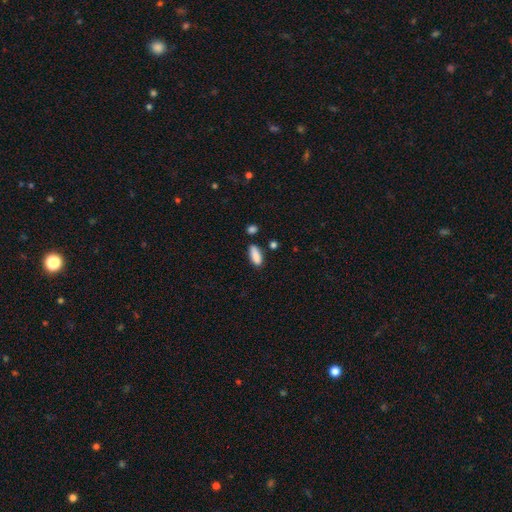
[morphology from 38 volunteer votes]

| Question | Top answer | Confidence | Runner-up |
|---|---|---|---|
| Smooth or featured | smooth | 95% | featured or disk (3%) |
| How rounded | in between | 61% | cigar-shaped (39%) |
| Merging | none | 76% | minor disturbance (19%) |